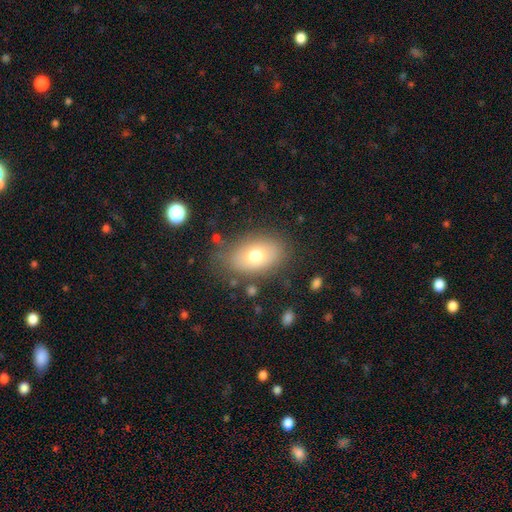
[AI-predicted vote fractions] Smooth or featured?
  - smooth: 70% *
  - featured or disk: 21%
  - star or artifact: 9%
How rounded?
  - in between: 86% *
  - round: 12%
  - cigar-shaped: 1%
Merging?
  - none: 75% *
  - minor disturbance: 16%
  - major disturbance: 6%
  - merger: 3%